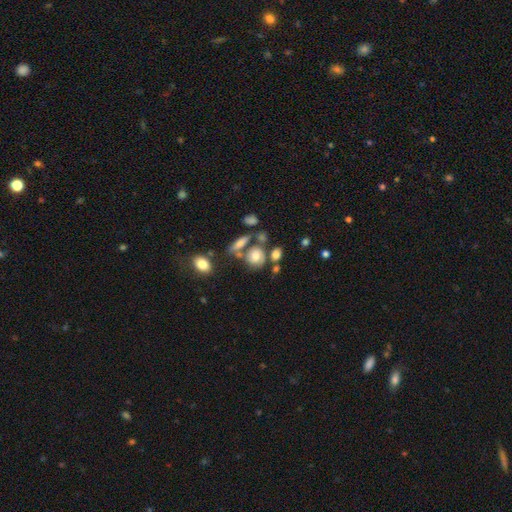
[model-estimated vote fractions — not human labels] This is possibly a smooth galaxy (53%). How rounded: possibly round (52%). Merging: possibly none (46%).